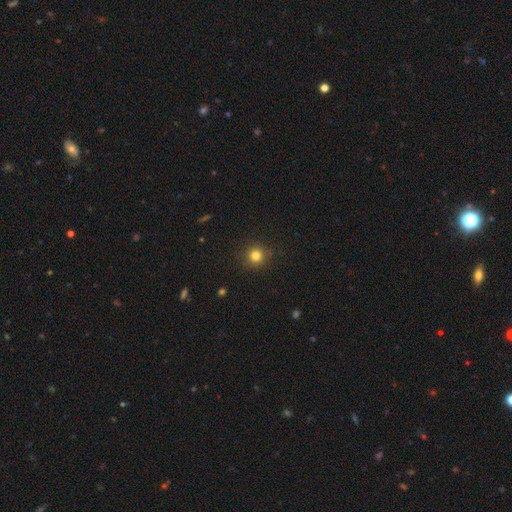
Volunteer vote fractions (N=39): This appears to be a smooth galaxy with no disk features (82%) that is round (94%). Merging: none (97%).